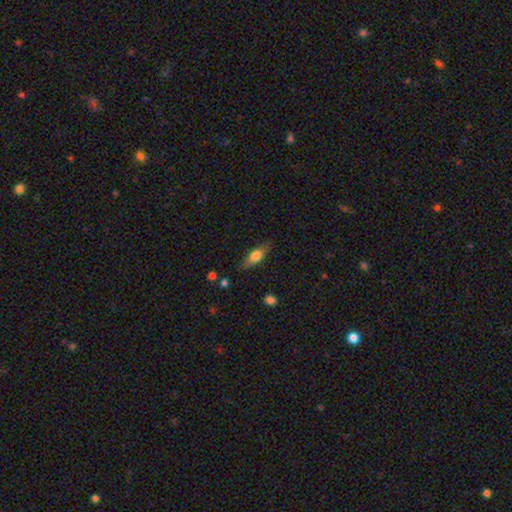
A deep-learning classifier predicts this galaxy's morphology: The model was most divided on "smooth or featured": smooth: 62%, featured or disk: 31%, star or artifact: 7%. More confident: merging — none (78%); how rounded — in between (65%).